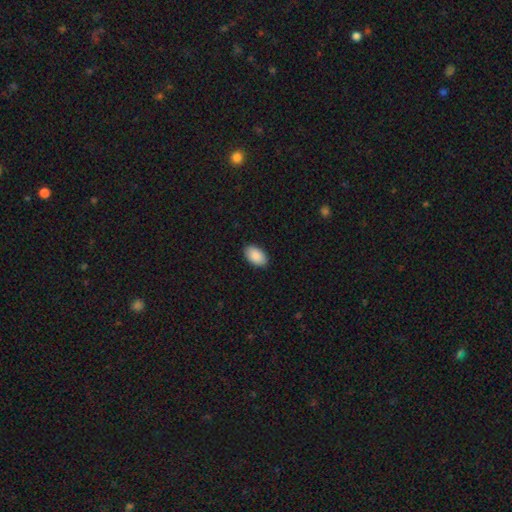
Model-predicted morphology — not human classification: Smooth or featured? smooth (91%)
How rounded? in between (94%)
Merging? none (90%)